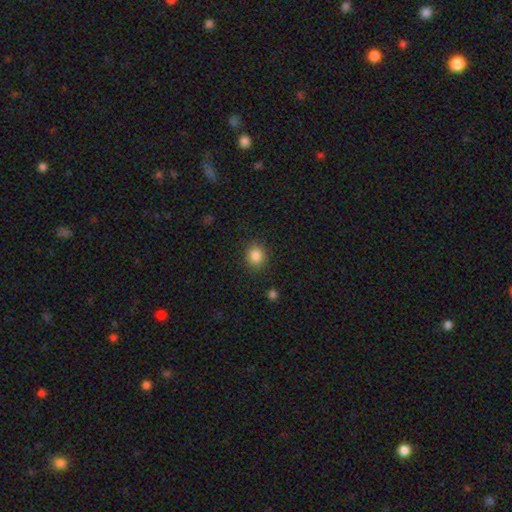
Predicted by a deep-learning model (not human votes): Morphology: type=smooth (85%); roundness=round (79%); merging=none (88%).